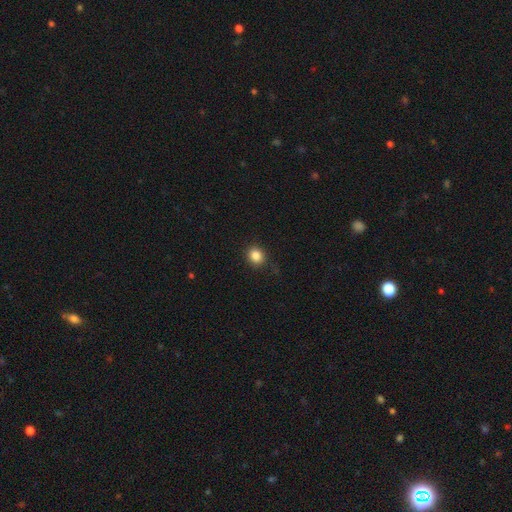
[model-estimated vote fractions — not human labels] Smooth or featured? Predicted: smooth (p=0.85). How rounded? Predicted: round (p=0.79). Merging? Predicted: none (p=0.87).